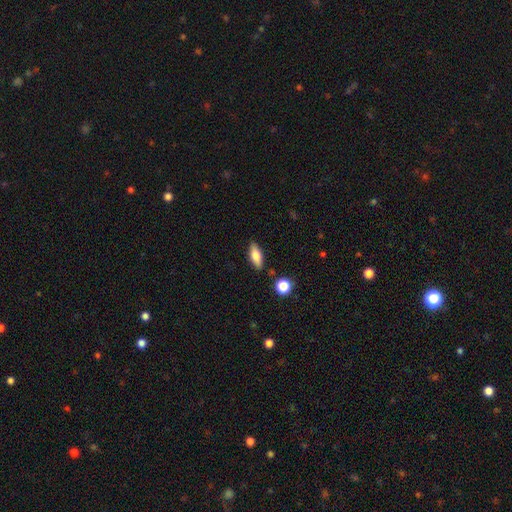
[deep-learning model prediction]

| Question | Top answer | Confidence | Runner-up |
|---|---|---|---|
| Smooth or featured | smooth | 75% | featured or disk (18%) |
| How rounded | in between | 71% | cigar-shaped (26%) |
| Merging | none | 84% | minor disturbance (11%) |